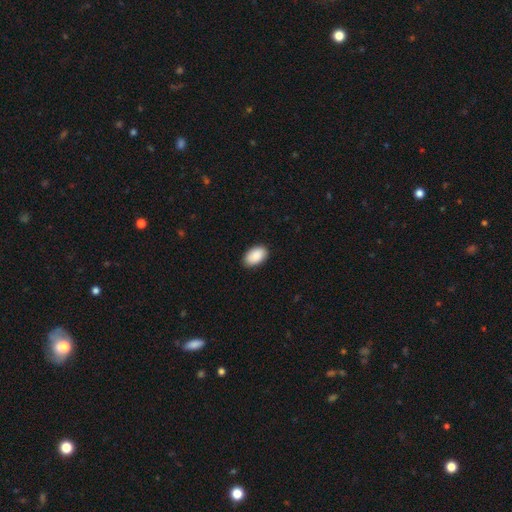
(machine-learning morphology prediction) Smooth or featured? Predicted: smooth (p=0.91). How rounded? Predicted: in between (p=0.94). Merging? Predicted: none (p=0.89).